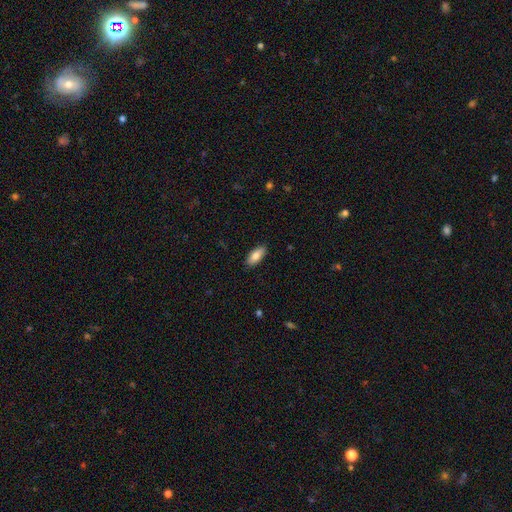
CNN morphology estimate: This is clearly a smooth galaxy (85%). How rounded: clearly in between (84%). Merging: clearly none (88%).